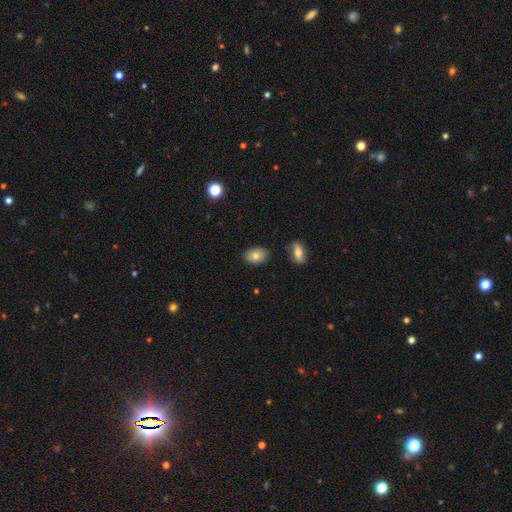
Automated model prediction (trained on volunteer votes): smooth 79%, featured or disk 12%, star or artifact 9%. Down the decision tree: how rounded — in between (84%); merging — none (84%).